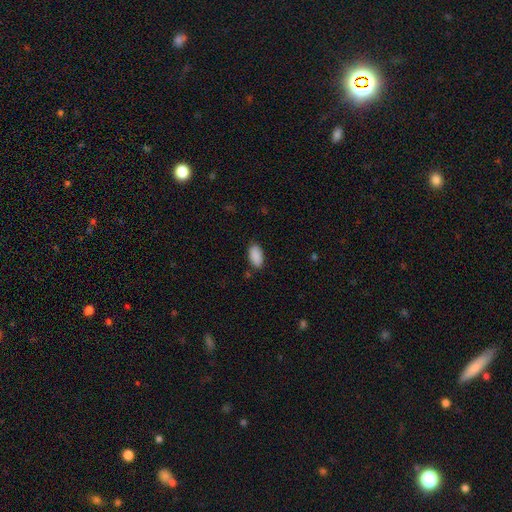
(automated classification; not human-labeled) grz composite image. It shows a smooth galaxy with no disk features (90%) that is in between round and cigar-shaped (94%). Merging: none (84%).